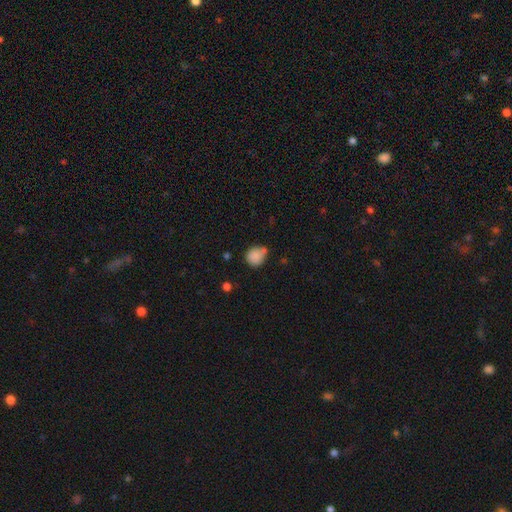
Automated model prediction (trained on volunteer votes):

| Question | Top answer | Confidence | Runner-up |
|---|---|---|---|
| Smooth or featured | smooth | 85% | star or artifact (9%) |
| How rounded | round | 76% | in between (23%) |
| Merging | none | 61% | minor disturbance (22%) |